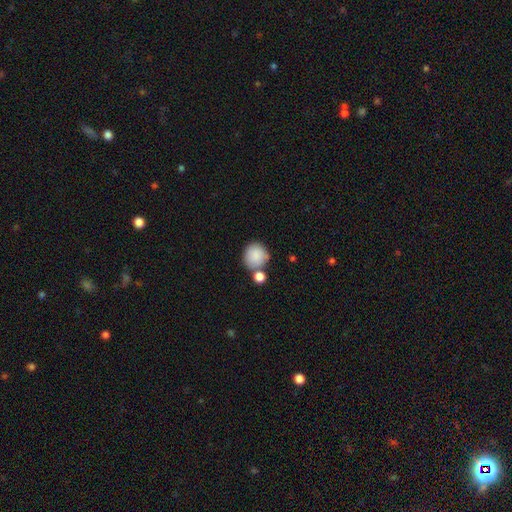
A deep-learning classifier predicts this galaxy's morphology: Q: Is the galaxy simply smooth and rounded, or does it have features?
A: smooth — 87%.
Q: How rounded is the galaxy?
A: round — 88%.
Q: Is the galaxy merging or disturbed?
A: none — 62%.